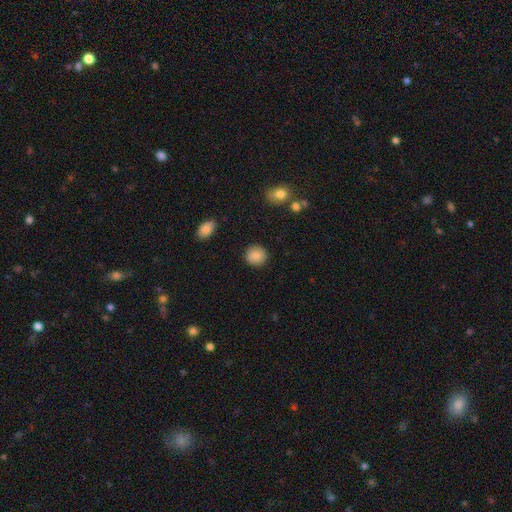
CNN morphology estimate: A smooth galaxy with no disk features (85%) that is round (89%).

Vote fractions:
- Smooth or featured? smooth: 85% / star or artifact: 8% / featured or disk: 7%
- How rounded? round: 89% / in between: 10% / cigar-shaped: 1%
- Merging? none: 90% / minor disturbance: 6% / major disturbance: 2% / merger: 1%